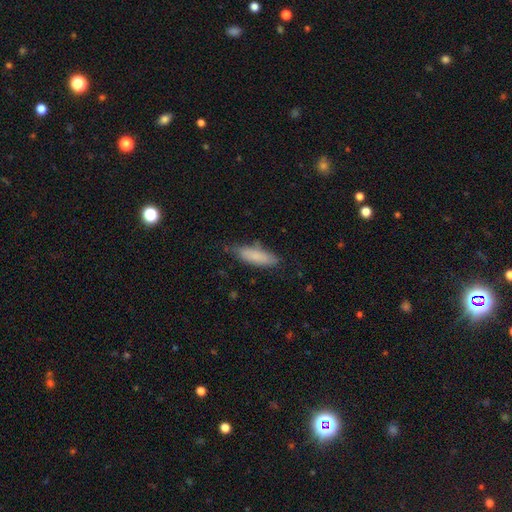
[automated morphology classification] Smooth or featured?
  - smooth: 82% *
  - featured or disk: 11%
  - star or artifact: 6%
How rounded?
  - cigar-shaped: 51% *
  - in between: 47%
  - round: 2%
Merging?
  - none: 74% *
  - minor disturbance: 21%
  - major disturbance: 4%
  - merger: 2%